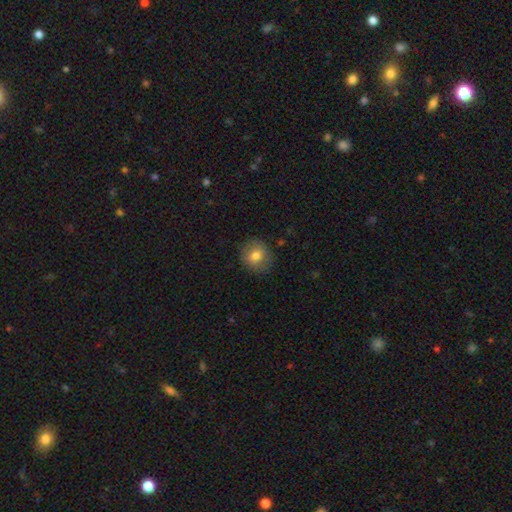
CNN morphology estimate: Smooth or featured: smooth — 75% (featured or disk — 16%)
How rounded: round — 83% (in between — 16%)
Merging: none — 86% (minor disturbance — 10%)